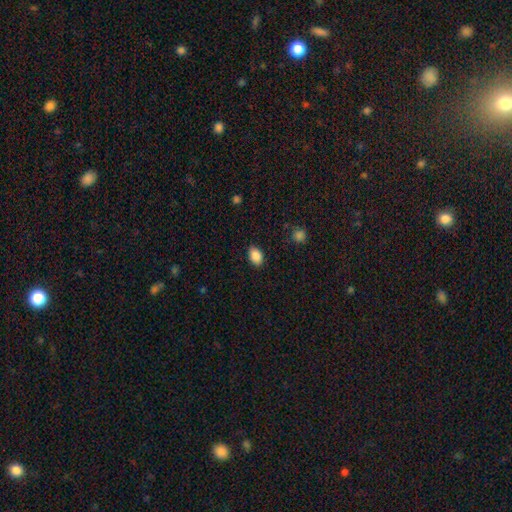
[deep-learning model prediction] Smooth or featured?
  - smooth: 88% *
  - star or artifact: 8%
  - featured or disk: 5%
How rounded?
  - in between: 84% *
  - round: 14%
  - cigar-shaped: 1%
Merging?
  - none: 86% *
  - minor disturbance: 11%
  - major disturbance: 2%
  - merger: 1%